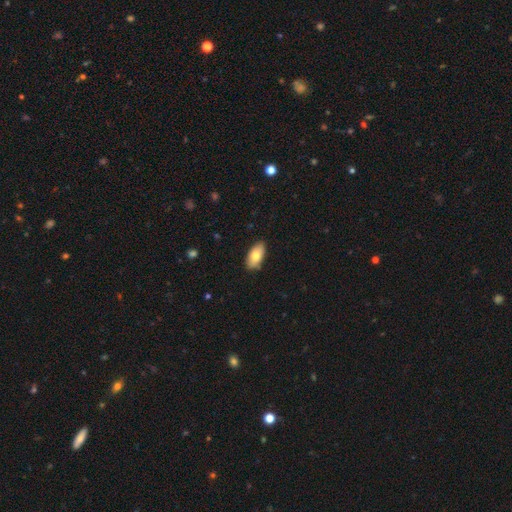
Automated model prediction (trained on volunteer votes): smooth_or_featured: smooth (p=0.78) [alt: featured or disk p=0.16]
how_rounded: in between (p=0.92) [alt: cigar-shaped p=0.05]
merging: none (p=0.86) [alt: minor disturbance p=0.11]